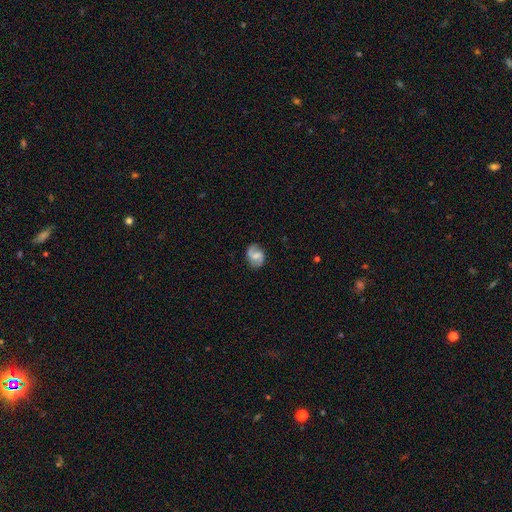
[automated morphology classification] This appears to be a featured or disk galaxy (69%) with a weak bar (53%), 2 (88%) medium (45%) spiral arms (92%) and a small central bulge (40%). Merging: none (79%).